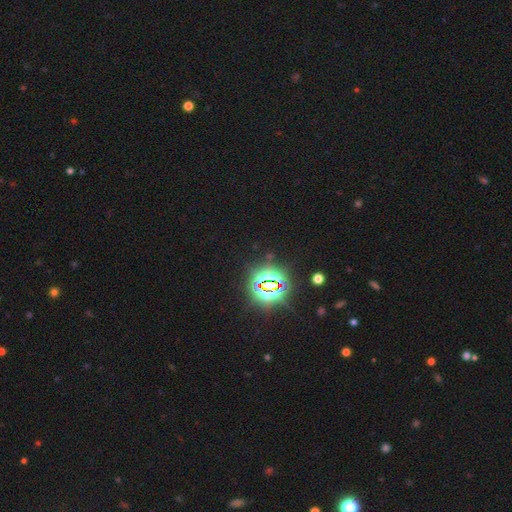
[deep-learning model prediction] A star or artifact, not a galaxy (80%).

Vote fractions:
- Smooth or featured? star or artifact: 80% / smooth: 14% / featured or disk: 6%